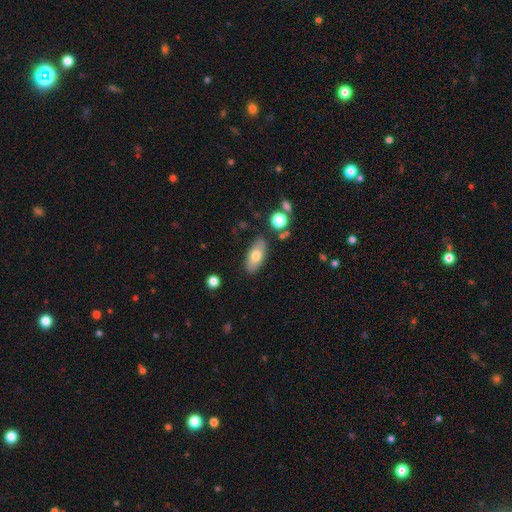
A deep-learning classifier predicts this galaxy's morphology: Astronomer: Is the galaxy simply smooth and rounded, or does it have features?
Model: smooth — 71%.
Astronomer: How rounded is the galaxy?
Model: in between — 87%.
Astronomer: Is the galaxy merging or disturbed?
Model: none — 82%.